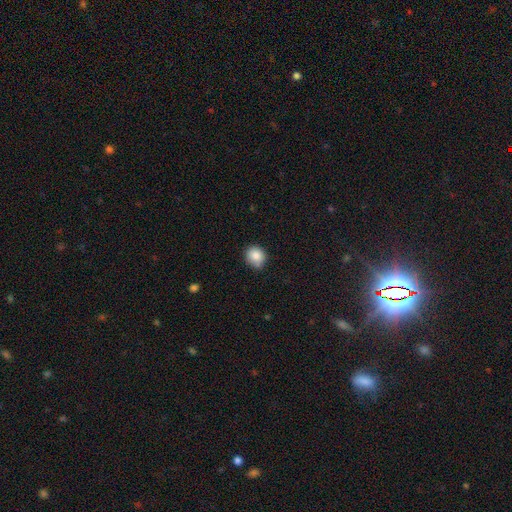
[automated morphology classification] This is clearly a smooth galaxy (85%). How rounded: likely round (78%). Merging: likely none (71%).